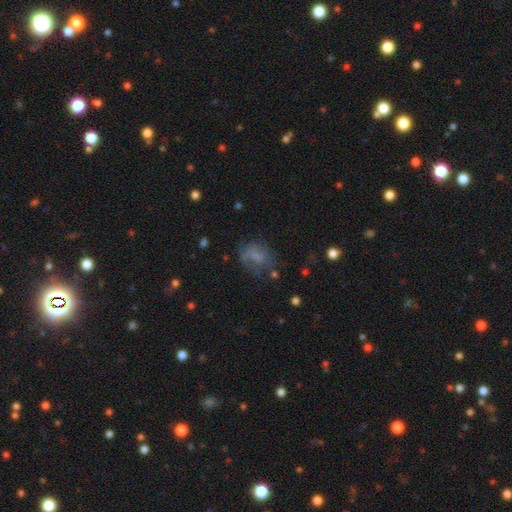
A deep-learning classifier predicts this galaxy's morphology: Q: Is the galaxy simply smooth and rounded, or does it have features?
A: smooth — 55%.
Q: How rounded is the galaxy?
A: in between — 60%.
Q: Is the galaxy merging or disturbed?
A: none — 44%.